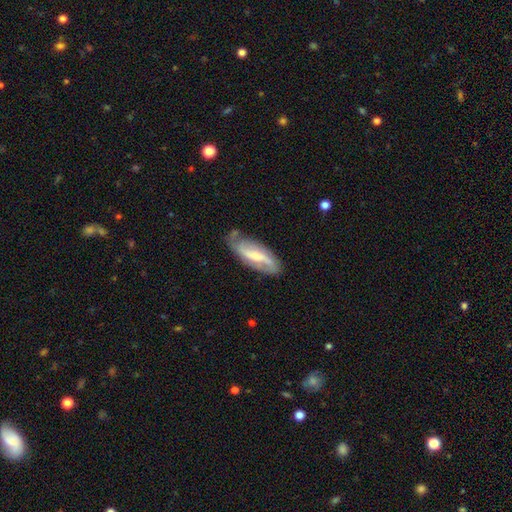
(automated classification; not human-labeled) This appears to be a featured or disk galaxy (75%) with a weak bar (41%), 2 (87%) loose (56%) spiral arms (92%) and a small central bulge (51%). Merging: none (70%).